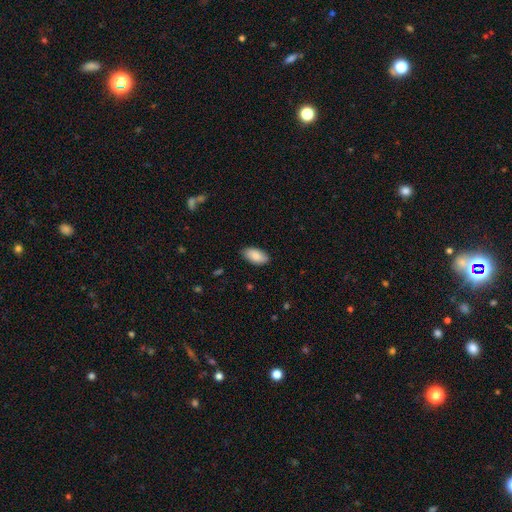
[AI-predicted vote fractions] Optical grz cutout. It shows a smooth galaxy with no disk features (87%) that is in between round and cigar-shaped (95%). Merging: none (87%).